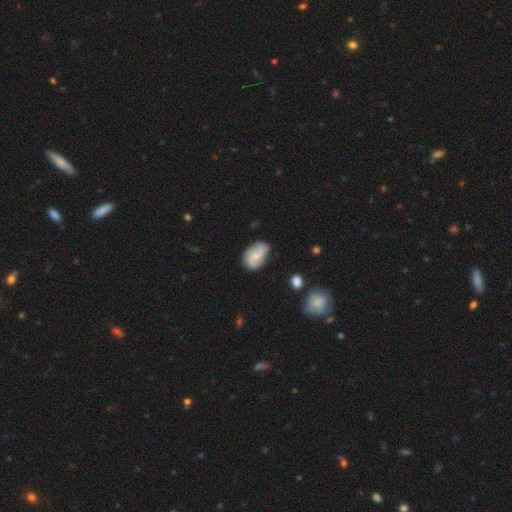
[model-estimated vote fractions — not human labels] Morphology: type=featured or disk (47%); merging=none (67%).